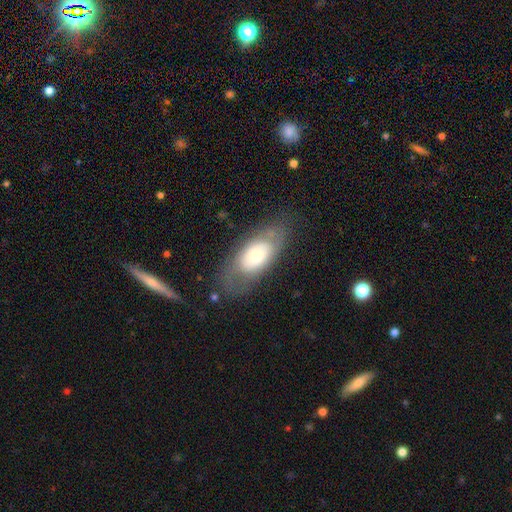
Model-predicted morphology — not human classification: Overall: smooth (52%; featured or disk 40%). How rounded: in between (88%). Merging: none (68%).